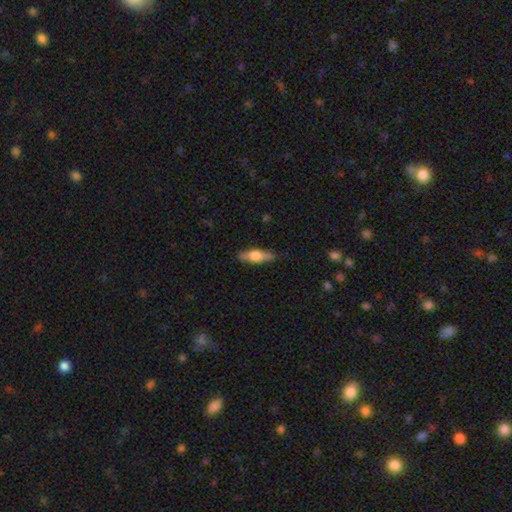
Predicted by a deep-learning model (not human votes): Smooth or featured: smooth — 57% (featured or disk — 37%)
How rounded: in between — 56% (cigar-shaped — 41%)
Merging: none — 83% (minor disturbance — 13%)